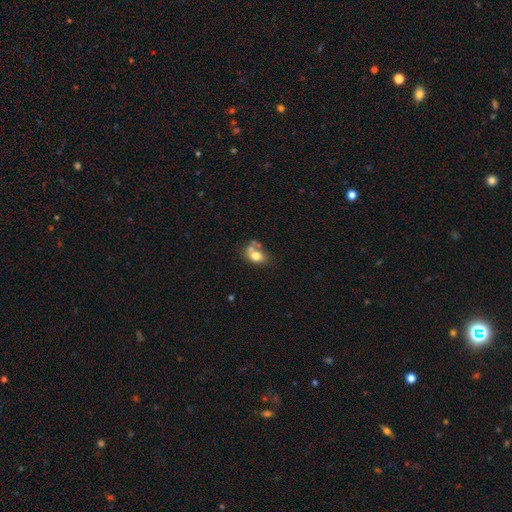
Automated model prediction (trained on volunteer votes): This is likely a smooth galaxy (72%). How rounded: likely in between (73%). Merging: marginally merger (38%).